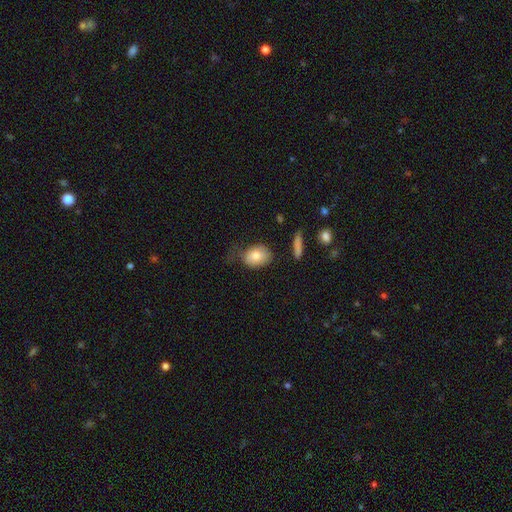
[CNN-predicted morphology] Smooth or featured?
  - smooth: 82% *
  - featured or disk: 11%
  - star or artifact: 7%
How rounded?
  - in between: 66% *
  - round: 33%
  - cigar-shaped: 1%
Merging?
  - none: 57% *
  - minor disturbance: 27%
  - major disturbance: 13%
  - merger: 3%